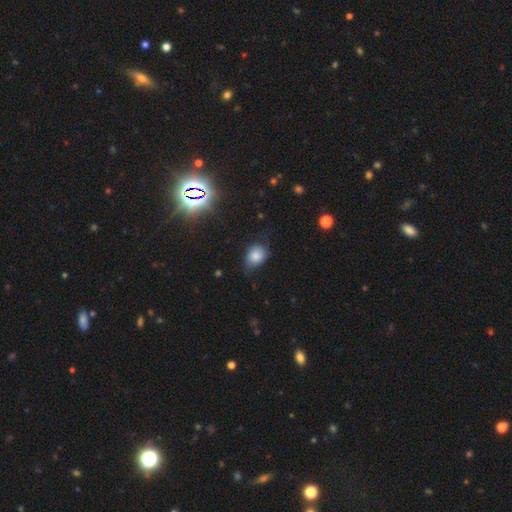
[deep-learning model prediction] smooth-or-featured: smooth: 75% | featured or disk: 13% | star or artifact: 12%
  how-rounded: in between: 58% | round: 41% | cigar-shaped: 1%
  merging: none: 50% | minor disturbance: 36% | major disturbance: 12% | merger: 2%